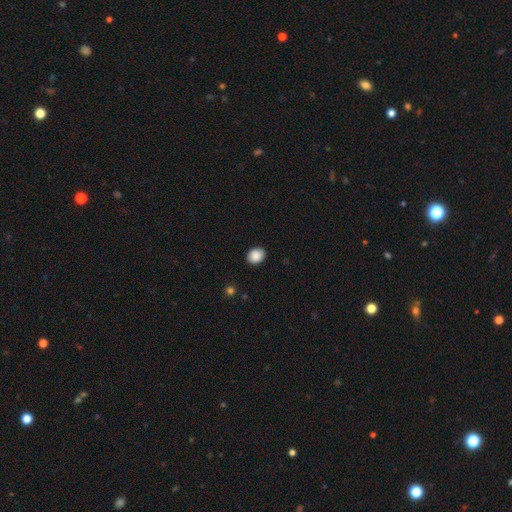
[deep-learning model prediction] Overall: smooth (89%). How rounded: round (54%; in between 45%). Merging: none (90%).